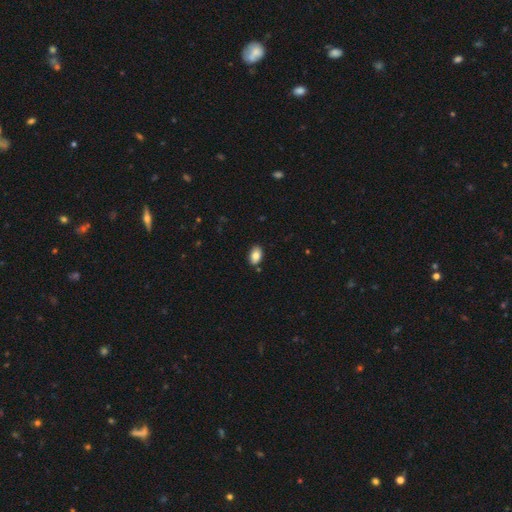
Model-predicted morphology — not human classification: smooth-or-featured: smooth: 83% | featured or disk: 10% | star or artifact: 8%
  how-rounded: in between: 88% | round: 10% | cigar-shaped: 1%
  merging: none: 86% | minor disturbance: 10% | merger: 2% | major disturbance: 2%